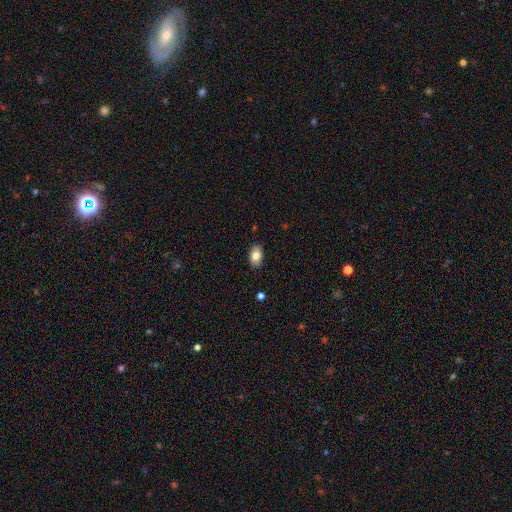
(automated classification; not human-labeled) smooth-or-featured: smooth: 82% | featured or disk: 10% | star or artifact: 8%
  how-rounded: in between: 89% | round: 9% | cigar-shaped: 2%
  merging: none: 88% | minor disturbance: 9% | major disturbance: 2% | merger: 1%